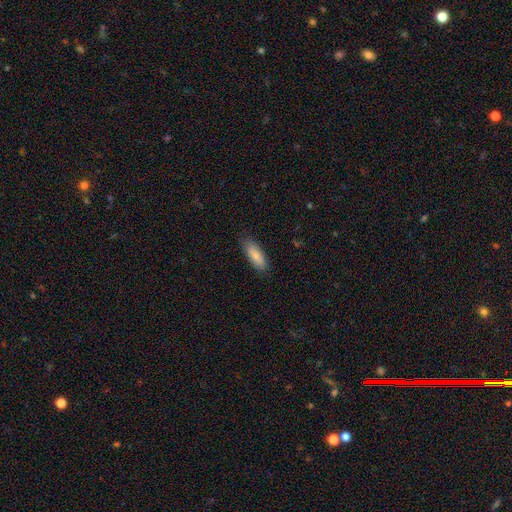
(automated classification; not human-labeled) smooth 81%, featured or disk 13%, star or artifact 6%. Down the decision tree: how rounded — in between (72%); merging — none (82%).